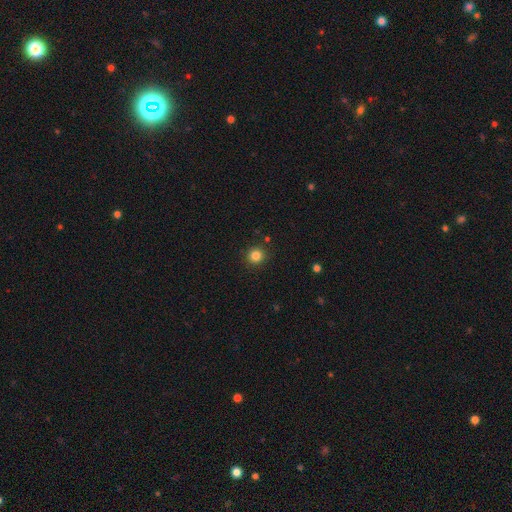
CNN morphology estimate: type=smooth (84%); roundness=round (93%); merging=none (90%).